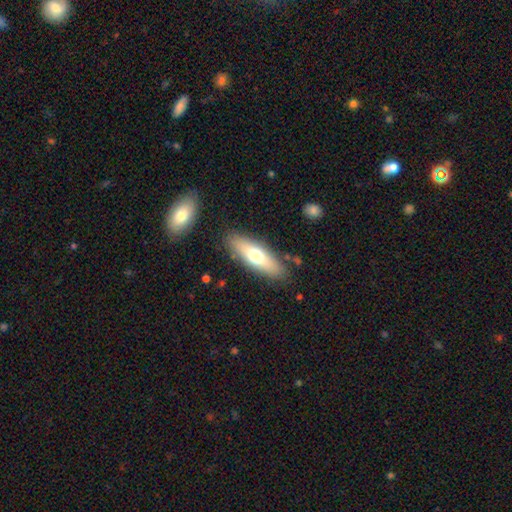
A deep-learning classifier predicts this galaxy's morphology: This is likely a smooth galaxy (63%). How rounded: possibly in between (50%). Merging: clearly none (85%).